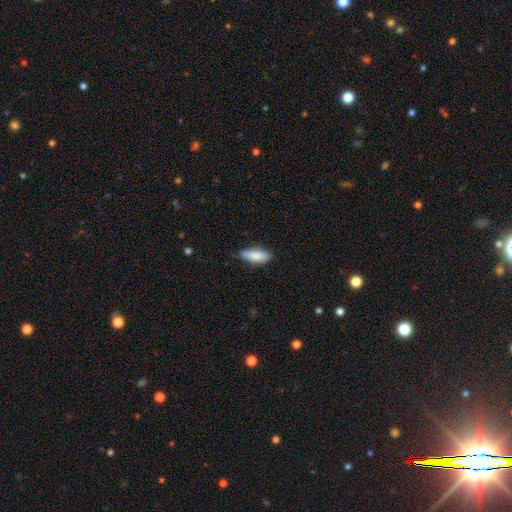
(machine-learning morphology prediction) Smooth or featured?
  - smooth: 85% *
  - featured or disk: 9%
  - star or artifact: 6%
How rounded?
  - in between: 72% *
  - cigar-shaped: 26%
  - round: 2%
Merging?
  - none: 79% *
  - minor disturbance: 17%
  - major disturbance: 3%
  - merger: 1%